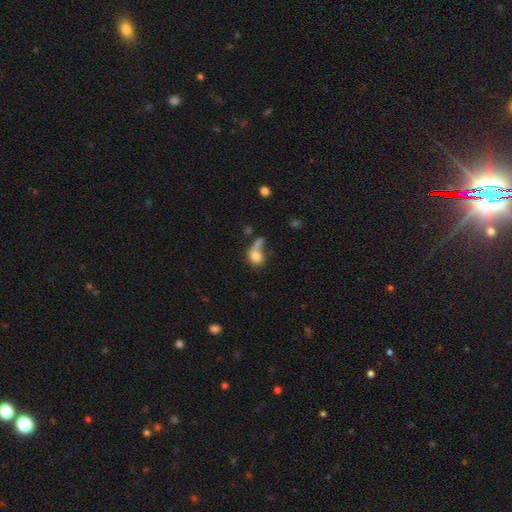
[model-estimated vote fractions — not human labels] smooth 73%, featured or disk 17%, star or artifact 10%. Down the decision tree: how rounded — round (56%); merging — none (32%).